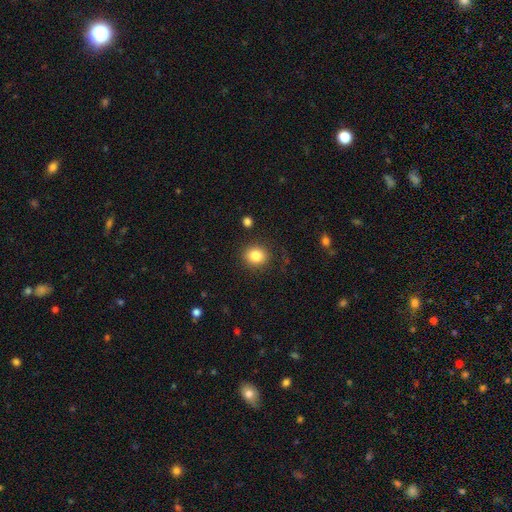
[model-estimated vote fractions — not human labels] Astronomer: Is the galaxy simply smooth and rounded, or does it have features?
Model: smooth — 84%.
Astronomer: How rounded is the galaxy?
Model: round — 78%.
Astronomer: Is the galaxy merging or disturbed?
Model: none — 87%.